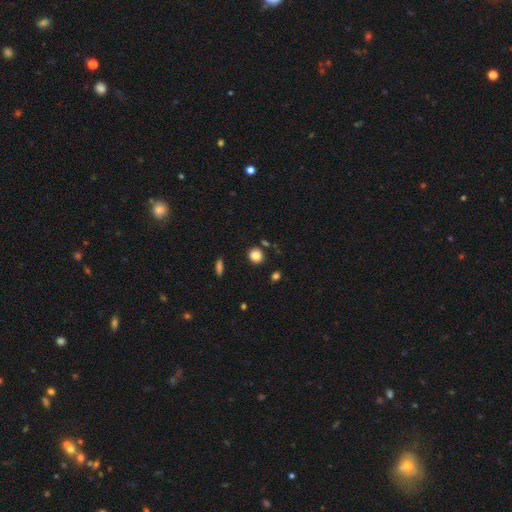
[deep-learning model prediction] smooth 85%, star or artifact 10%, featured or disk 5%. Down the decision tree: how rounded — round (86%); merging — none (85%).